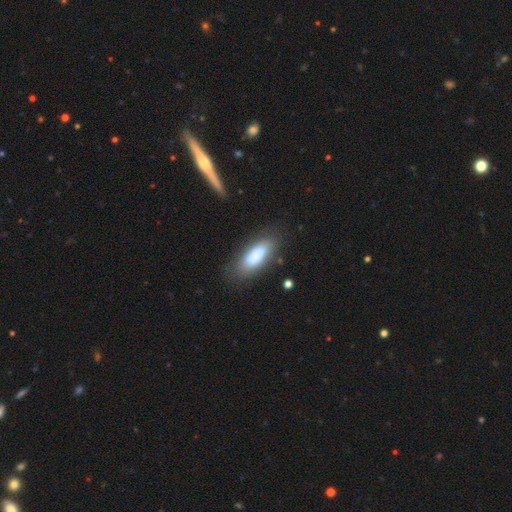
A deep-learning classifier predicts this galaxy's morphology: Overall: smooth (81%). How rounded: in between (77%). Merging: none (76%).